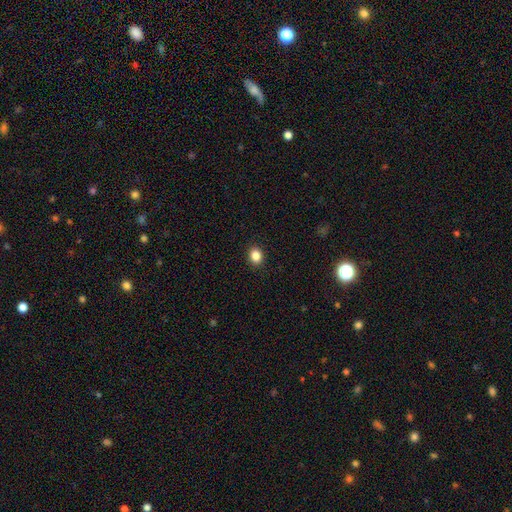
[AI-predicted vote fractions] This appears to be a smooth galaxy with no disk features (86%) that is round (59%). Merging: none (91%).